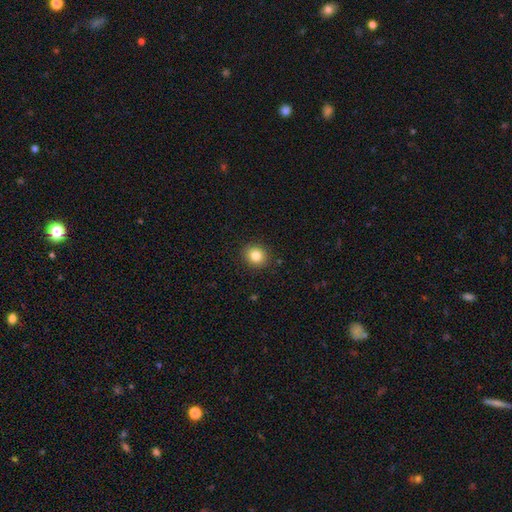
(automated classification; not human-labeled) smooth-or-featured: smooth: 83% | star or artifact: 10% | featured or disk: 7%
  how-rounded: round: 79% | in between: 21% | cigar-shaped: 1%
  merging: none: 90% | minor disturbance: 7% | major disturbance: 2% | merger: 1%